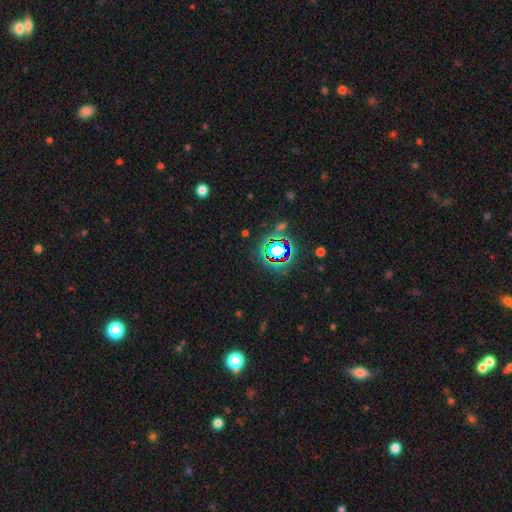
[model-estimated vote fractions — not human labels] A star or artifact, not a galaxy (72%).